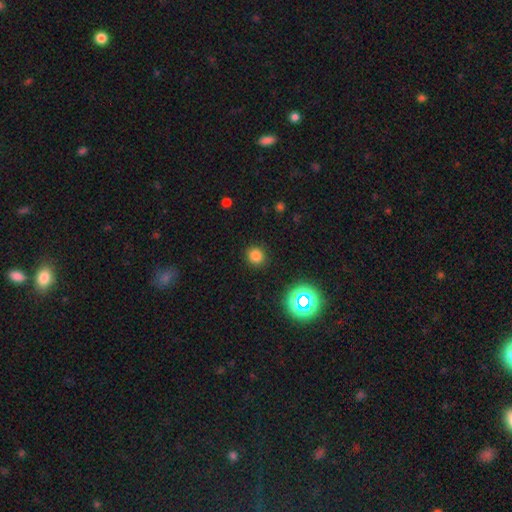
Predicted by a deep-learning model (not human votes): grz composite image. It shows a smooth galaxy with no disk features (77%) that is round (87%). Merging: none (90%).